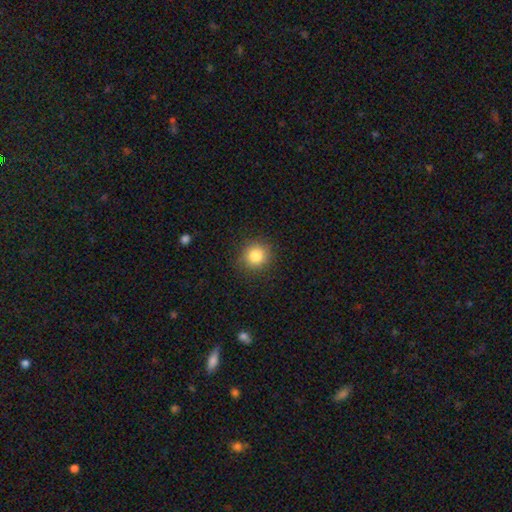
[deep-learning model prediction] A smooth galaxy with no disk features (83%) that is round (90%). Merging: none (90%).